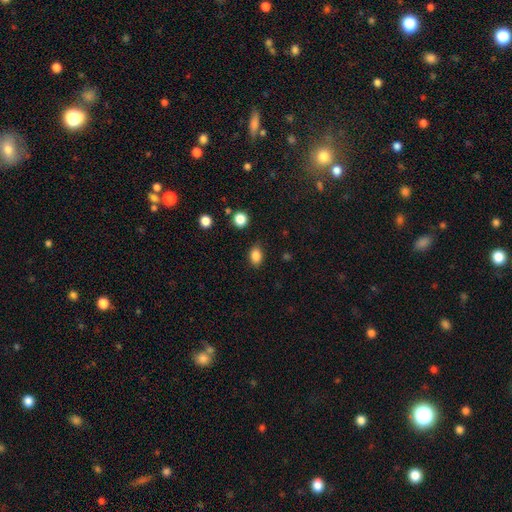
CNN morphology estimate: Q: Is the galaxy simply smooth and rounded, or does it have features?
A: smooth — 86%.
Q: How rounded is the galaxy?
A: in between — 77%.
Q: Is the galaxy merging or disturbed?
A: none — 85%.